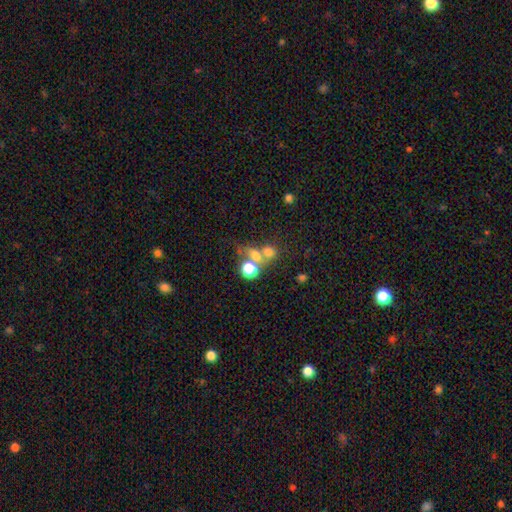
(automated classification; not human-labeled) This is likely a smooth galaxy (65%). How rounded: possibly round (60%). Merging: possibly merger (53%).